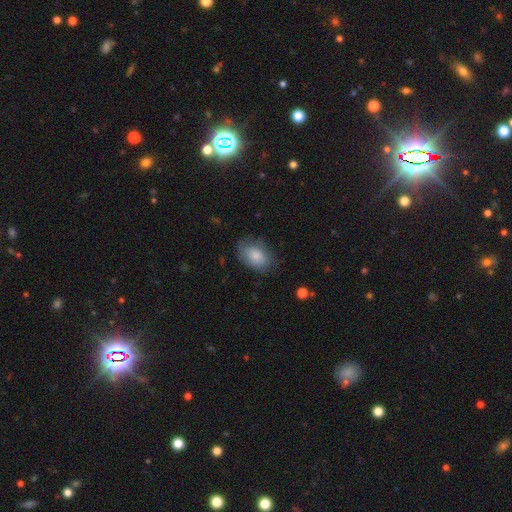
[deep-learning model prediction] The model was most divided on "merging": none: 74%, minor disturbance: 19%, major disturbance: 5%, merger: 1%. More confident: how rounded — in between (85%); smooth or featured — smooth (84%).